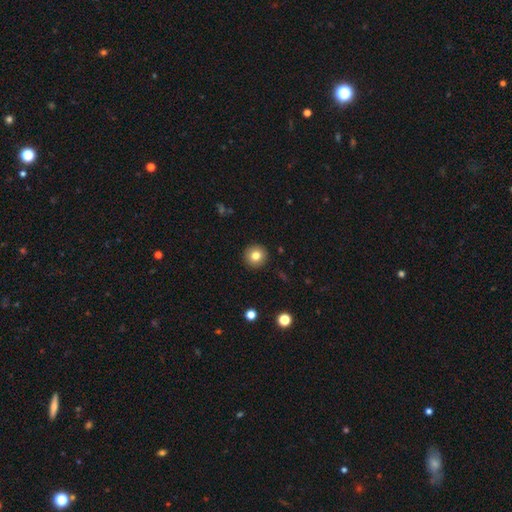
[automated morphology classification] A smooth galaxy with no disk features (80%) that is round (95%).

Vote fractions:
- Smooth or featured? smooth: 80% / star or artifact: 10% / featured or disk: 9%
- How rounded? round: 95% / in between: 4% / cigar-shaped: 1%
- Merging? none: 93% / minor disturbance: 5% / major disturbance: 2% / merger: 1%